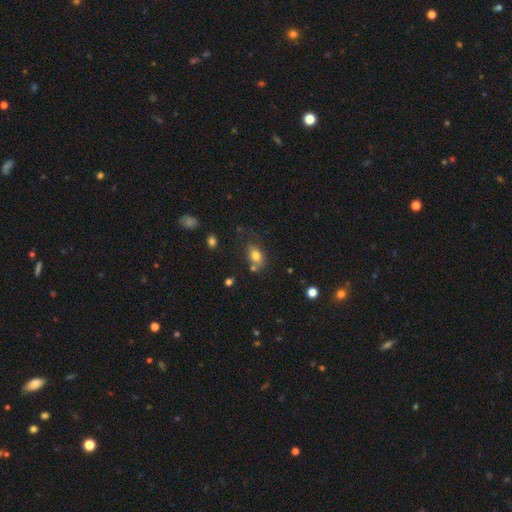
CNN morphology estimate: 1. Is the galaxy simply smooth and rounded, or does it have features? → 77% smooth, 13% featured or disk, 10% star or artifact.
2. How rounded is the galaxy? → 78% in between, 20% round, 2% cigar-shaped.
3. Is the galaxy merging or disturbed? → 59% none, 21% minor disturbance, 13% merger, 7% major disturbance.